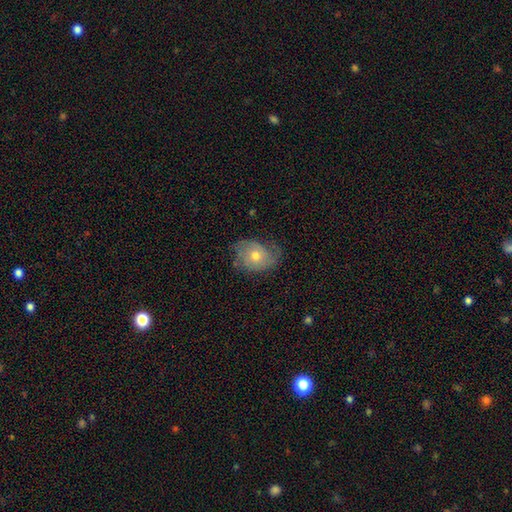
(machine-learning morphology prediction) smooth_or_featured: featured or disk (p=0.58) [alt: smooth p=0.33]
disk_edge_on: no (p=0.95) [alt: yes p=0.05]
bar: no (p=0.82) [alt: weak p=0.15]
has_spiral_arms: yes (p=0.81) [alt: no p=0.19]
bulge_size: moderate (p=0.64) [alt: small p=0.31]
merging: none (p=0.61) [alt: minor disturbance p=0.26]